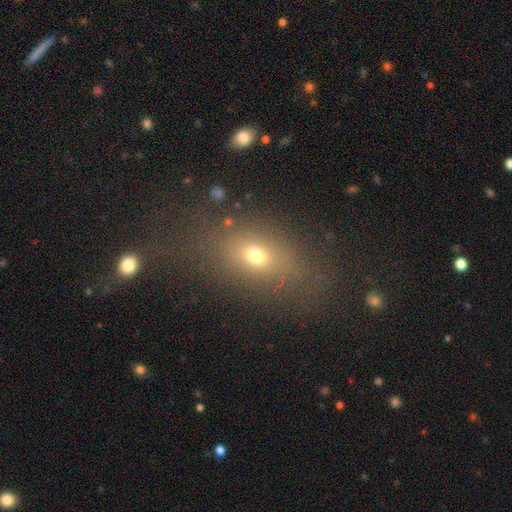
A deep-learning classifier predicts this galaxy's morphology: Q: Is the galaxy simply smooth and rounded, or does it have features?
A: smooth — 68%.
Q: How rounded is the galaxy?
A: in between — 73%.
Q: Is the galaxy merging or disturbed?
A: none — 72%.